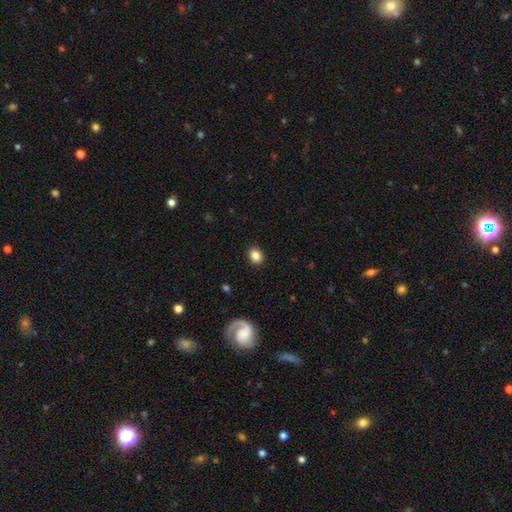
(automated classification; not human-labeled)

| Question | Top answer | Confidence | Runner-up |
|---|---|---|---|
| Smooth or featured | smooth | 85% | star or artifact (9%) |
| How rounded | round | 57% | in between (42%) |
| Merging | none | 91% | minor disturbance (6%) |